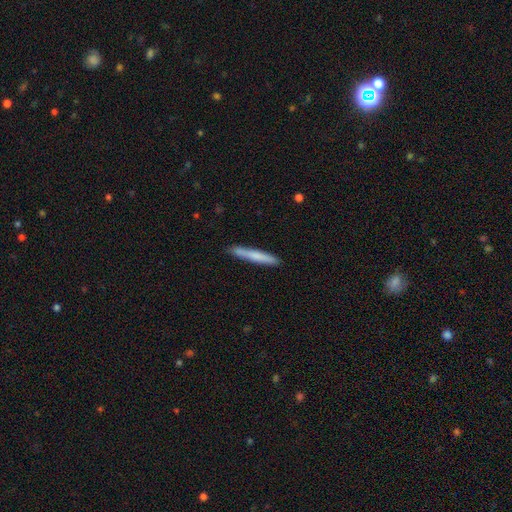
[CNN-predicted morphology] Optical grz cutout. It shows a smooth galaxy with no disk features (70%) that is cigar-shaped (96%). Merging: none (88%).